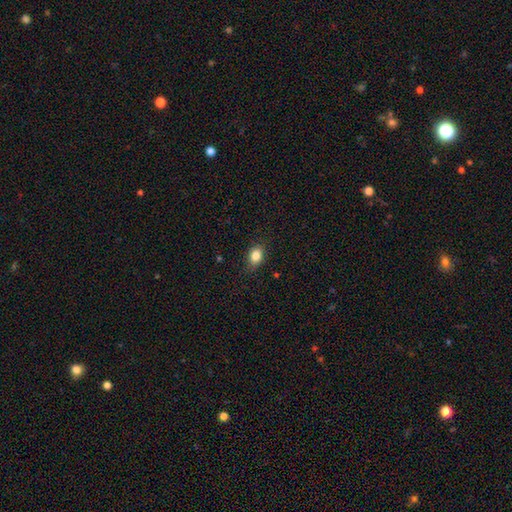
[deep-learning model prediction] Smooth or featured? Predicted: smooth (p=0.84). How rounded? Predicted: in between (p=0.69). Merging? Predicted: none (p=0.83).